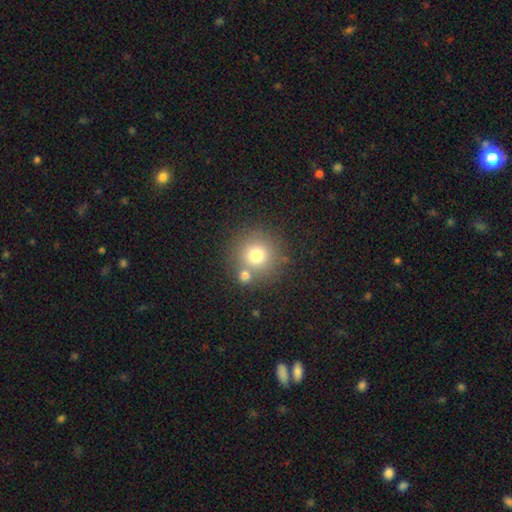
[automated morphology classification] smooth-or-featured: smooth: 75% | star or artifact: 13% | featured or disk: 12%
  how-rounded: round: 93% | in between: 6% | cigar-shaped: 1%
  merging: none: 68% | merger: 19% | minor disturbance: 9% | major disturbance: 4%